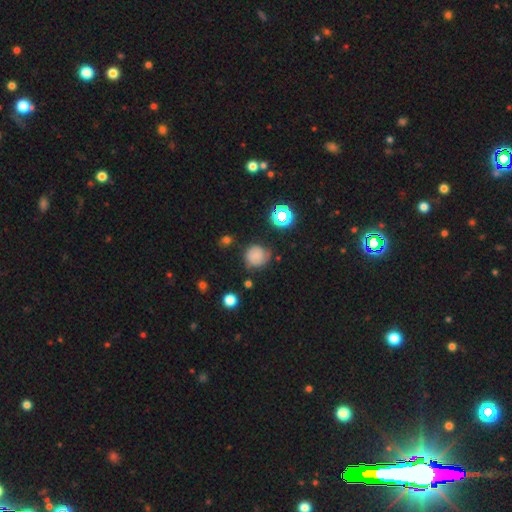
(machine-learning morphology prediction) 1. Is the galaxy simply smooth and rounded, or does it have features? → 67% smooth, 18% featured or disk, 15% star or artifact.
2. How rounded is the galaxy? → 90% round, 9% in between, 1% cigar-shaped.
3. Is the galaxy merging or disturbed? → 71% none, 20% minor disturbance, 7% major disturbance, 3% merger.